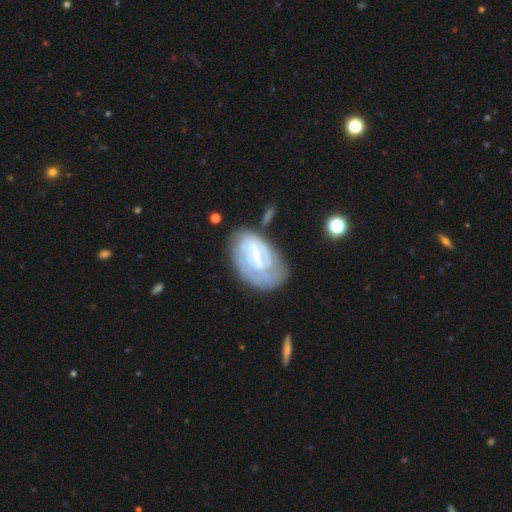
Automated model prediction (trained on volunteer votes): Q: Smooth or featured?
A: featured or disk (72%); runner-up: smooth (21%)
Q: Edge-on disk?
A: no (96%); runner-up: yes (4%)
Q: Bar?
A: weak (47%); runner-up: strong (32%)
Q: Spiral arms?
A: yes (79%); runner-up: no (21%)
Q: Spiral winding?
A: tight (52%); runner-up: medium (33%)
Q: Spiral arm count?
A: 2 (41%); runner-up: can't tell (35%)
Q: Bulge size?
A: small (60%); runner-up: moderate (22%)
Q: Merging?
A: none (54%); runner-up: minor disturbance (25%)